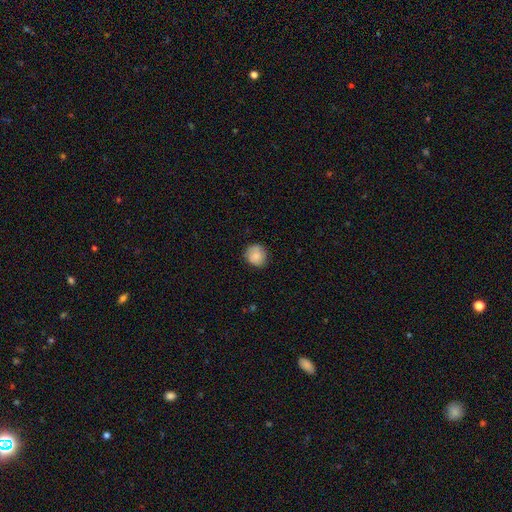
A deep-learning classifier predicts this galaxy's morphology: Smooth or featured?
  - smooth: 79% *
  - featured or disk: 13%
  - star or artifact: 8%
How rounded?
  - round: 87% *
  - in between: 12%
  - cigar-shaped: 1%
Merging?
  - none: 79% *
  - minor disturbance: 17%
  - major disturbance: 3%
  - merger: 1%